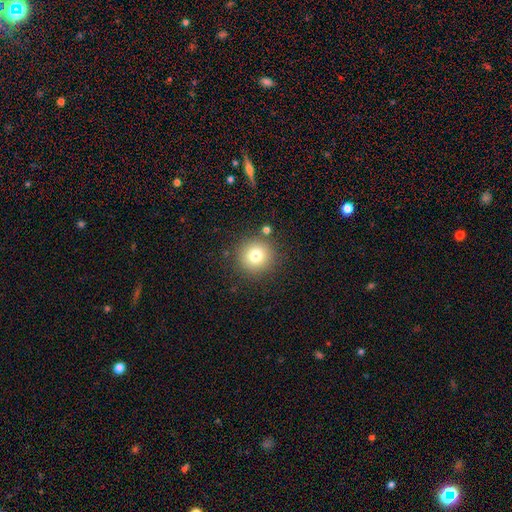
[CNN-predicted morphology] Smooth or featured? Predicted: smooth (p=0.78). How rounded? Predicted: round (p=0.95). Merging? Predicted: none (p=0.86).